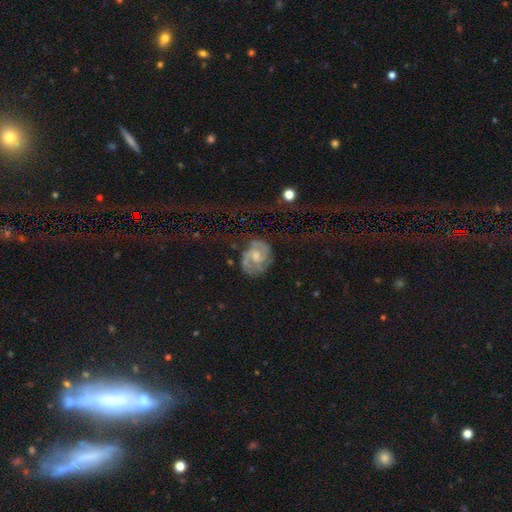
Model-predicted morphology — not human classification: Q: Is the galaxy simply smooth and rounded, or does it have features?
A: featured or disk — 72%.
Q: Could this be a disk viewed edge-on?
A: no — 98%.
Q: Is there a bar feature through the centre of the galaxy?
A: no — 55%.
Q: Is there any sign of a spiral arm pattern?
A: yes — 87%.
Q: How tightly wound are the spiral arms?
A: medium — 42%, tied with tight.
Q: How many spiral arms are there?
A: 2 — 63%.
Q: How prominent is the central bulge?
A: moderate — 49%.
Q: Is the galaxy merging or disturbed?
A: none — 59%.